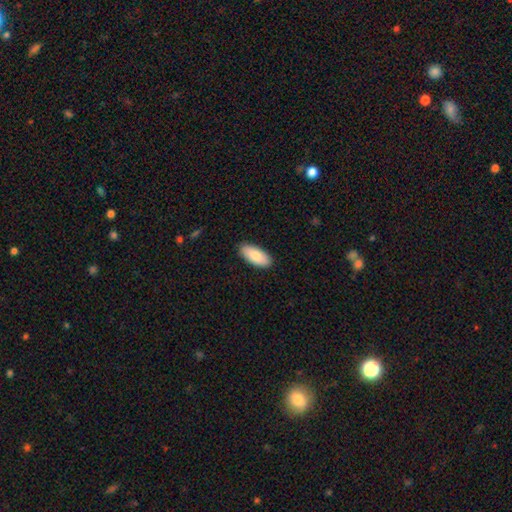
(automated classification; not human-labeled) smooth 85%, featured or disk 9%, star or artifact 6%. Down the decision tree: how rounded — in between (90%); merging — none (89%).